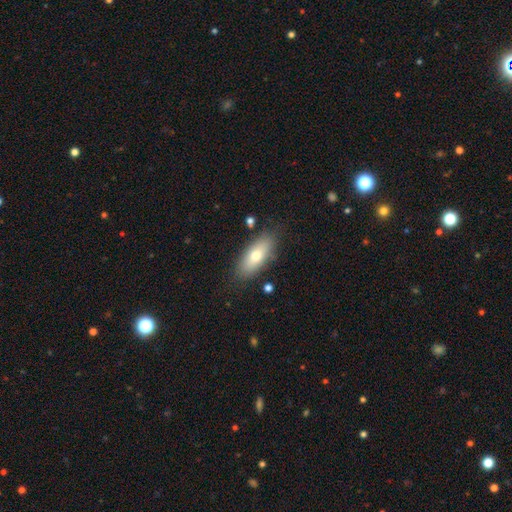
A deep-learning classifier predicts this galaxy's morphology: smooth 71%, featured or disk 21%, star or artifact 7%. Down the decision tree: how rounded — in between (80%); merging — none (82%).